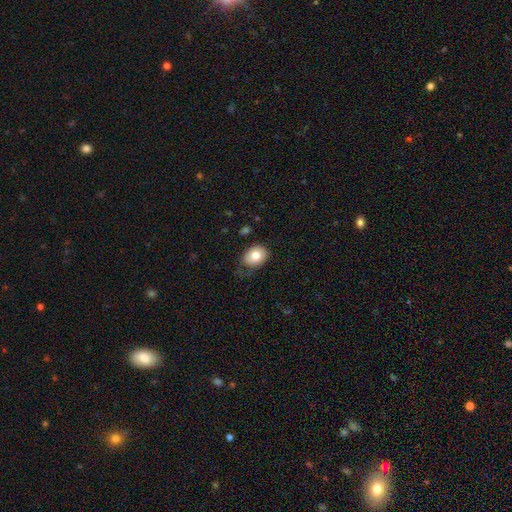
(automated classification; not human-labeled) Overall: smooth (79%). How rounded: in between (62%; round 38%). Merging: none (61%; minor disturbance 28%).